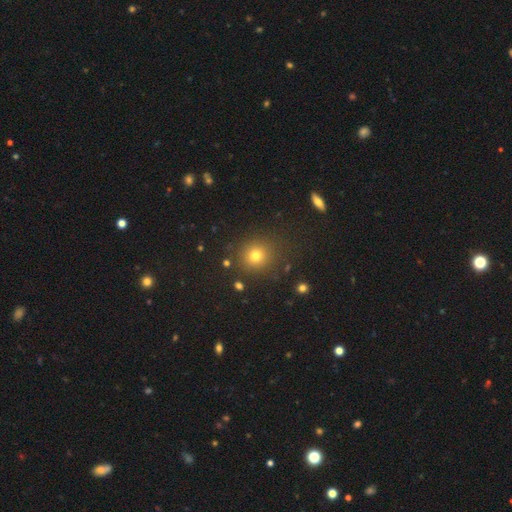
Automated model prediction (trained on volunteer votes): Smooth or featured?
  - smooth: 76% *
  - star or artifact: 17%
  - featured or disk: 7%
How rounded?
  - round: 90% *
  - in between: 9%
  - cigar-shaped: 1%
Merging?
  - none: 86% *
  - minor disturbance: 8%
  - major disturbance: 3%
  - merger: 3%